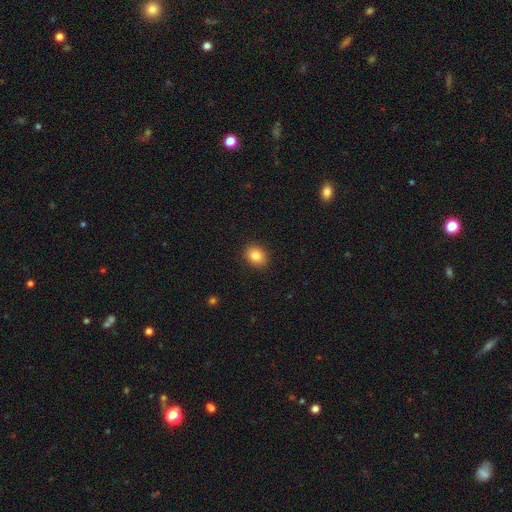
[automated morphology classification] A smooth galaxy with no disk features (84%) that is in between round and cigar-shaped (56%).

Vote fractions:
- Smooth or featured? smooth: 84% / star or artifact: 10% / featured or disk: 7%
- How rounded? in between: 56% / round: 43% / cigar-shaped: 1%
- Merging? none: 90% / minor disturbance: 7% / major disturbance: 2% / merger: 1%